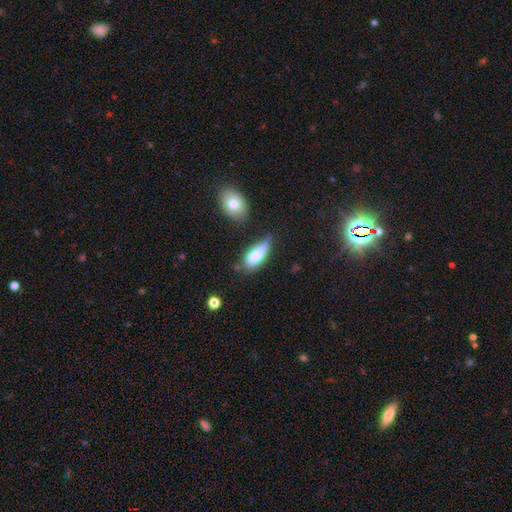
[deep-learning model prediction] This appears to be a smooth galaxy with no disk features (77%) that is in between round and cigar-shaped (75%). Merging: none (42%).